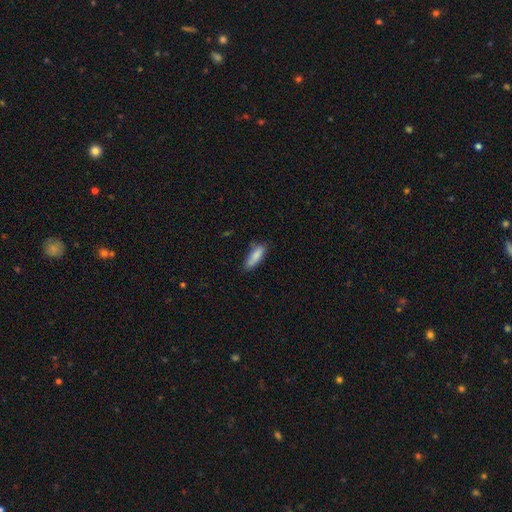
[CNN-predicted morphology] A smooth galaxy with no disk features (85%) that is in between round and cigar-shaped (57%).

Vote fractions:
- Smooth or featured? smooth: 85% / featured or disk: 8% / star or artifact: 7%
- How rounded? in between: 57% / cigar-shaped: 42% / round: 2%
- Merging? none: 70% / minor disturbance: 23% / major disturbance: 4% / merger: 3%